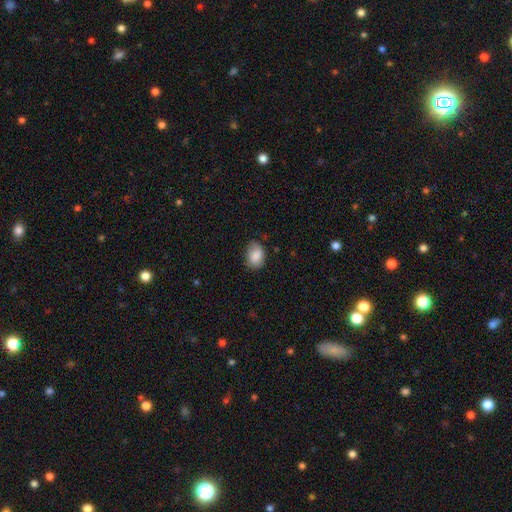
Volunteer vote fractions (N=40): Smooth or featured? smooth (78%)
How rounded? in between (90%)
Merging? none (75%)